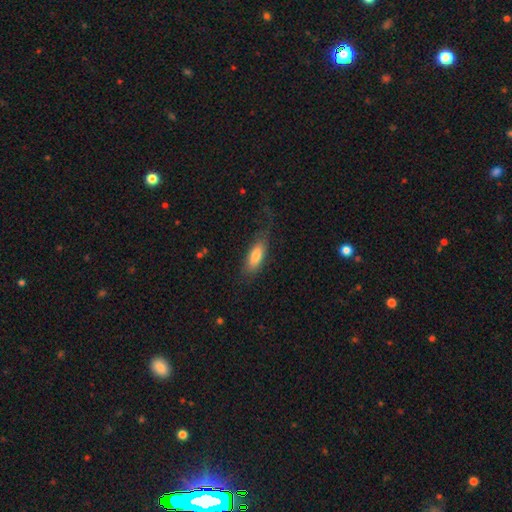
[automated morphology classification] Smooth or featured: smooth — 77% (featured or disk — 16%)
How rounded: in between — 69% (cigar-shaped — 28%)
Merging: none — 61% (minor disturbance — 22%)